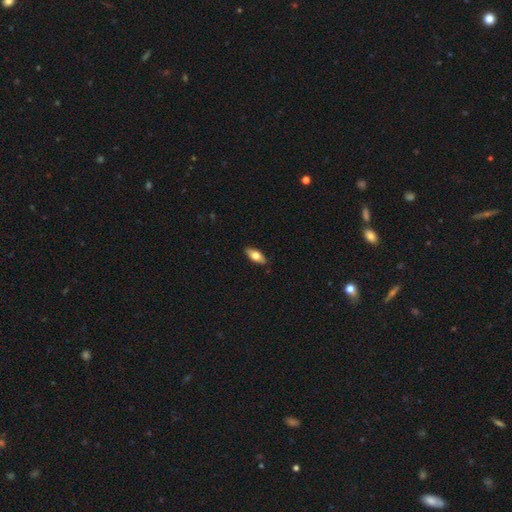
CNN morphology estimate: A smooth galaxy with no disk features (66%) that is in between round and cigar-shaped (80%). Merging: none (88%).